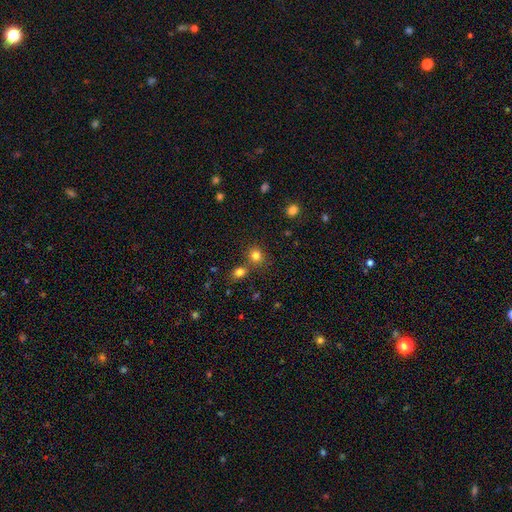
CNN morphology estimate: smooth_or_featured: smooth (p=0.81) [alt: star or artifact p=0.14]
how_rounded: round (p=0.81) [alt: in between p=0.18]
merging: none (p=0.69) [alt: merger p=0.19]